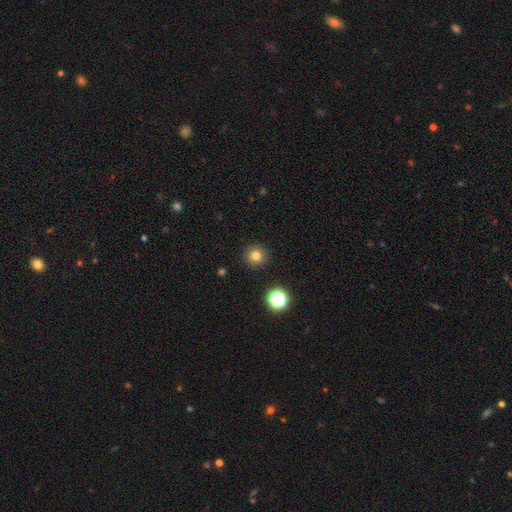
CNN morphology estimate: The model was most divided on "smooth or featured": smooth: 78%, star or artifact: 14%, featured or disk: 8%. More confident: how rounded — round (95%); merging — none (91%).